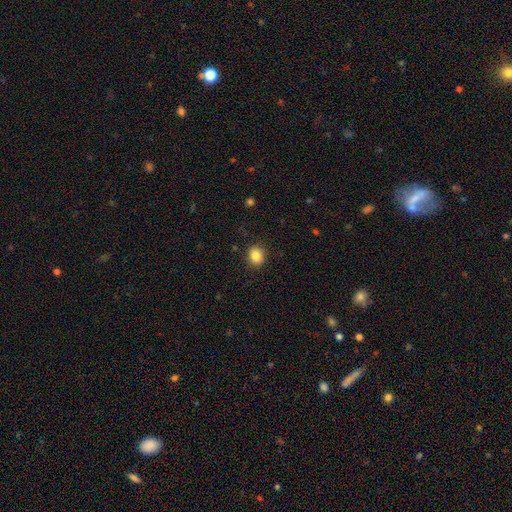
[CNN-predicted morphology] smooth-or-featured: smooth: 84% | star or artifact: 10% | featured or disk: 6%
  how-rounded: round: 69% | in between: 30% | cigar-shaped: 1%
  merging: none: 89% | minor disturbance: 8% | major disturbance: 2% | merger: 1%